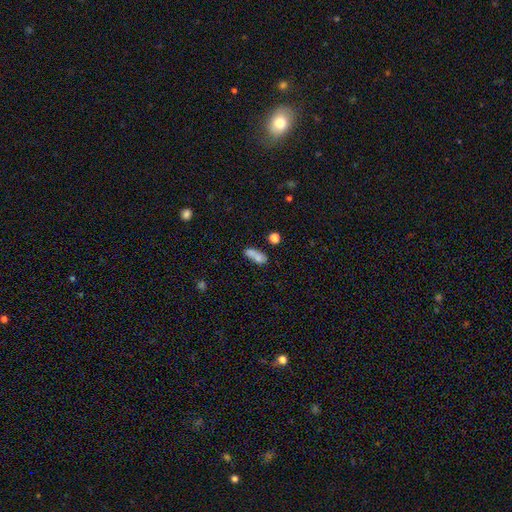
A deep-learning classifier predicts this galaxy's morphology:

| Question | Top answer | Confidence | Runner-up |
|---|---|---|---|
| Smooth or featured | smooth | 75% | featured or disk (14%) |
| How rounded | in between | 67% | cigar-shaped (26%) |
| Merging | none | 42% | merger (30%) |